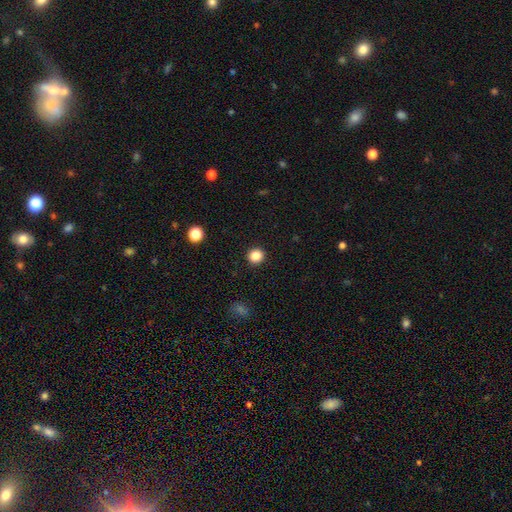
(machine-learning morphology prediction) Smooth or featured? smooth (85%)
How rounded? round (90%)
Merging? none (93%)